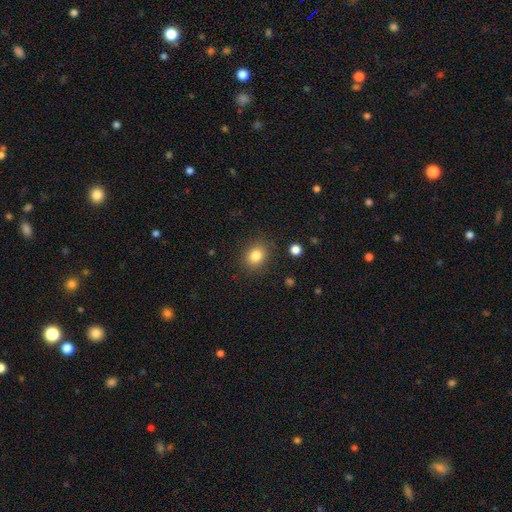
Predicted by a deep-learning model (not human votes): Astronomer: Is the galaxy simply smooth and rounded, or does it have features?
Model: smooth — 82%.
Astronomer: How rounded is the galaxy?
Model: round — 59% (runner-up: in between, 40%).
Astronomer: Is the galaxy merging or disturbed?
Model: none — 84%.